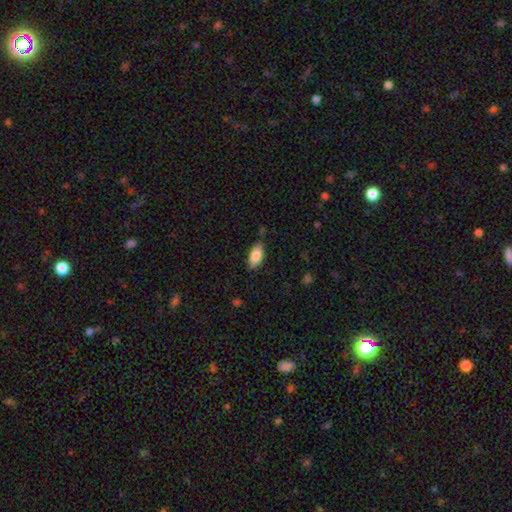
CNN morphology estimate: Smooth or featured?
  - smooth: 85% *
  - featured or disk: 8%
  - star or artifact: 7%
How rounded?
  - in between: 90% *
  - cigar-shaped: 7%
  - round: 3%
Merging?
  - none: 76% *
  - minor disturbance: 18%
  - major disturbance: 3%
  - merger: 2%